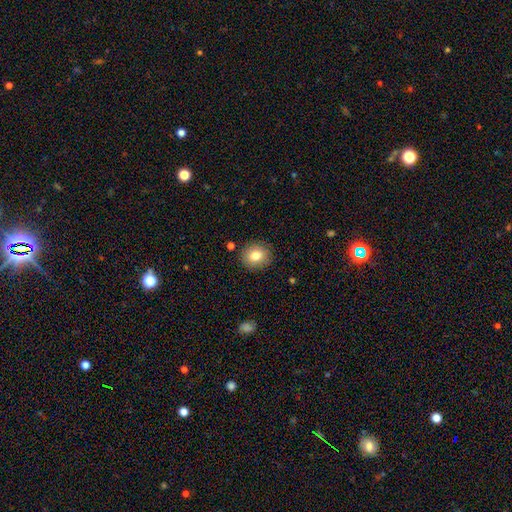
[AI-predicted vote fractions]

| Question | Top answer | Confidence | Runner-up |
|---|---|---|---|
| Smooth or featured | smooth | 80% | featured or disk (10%) |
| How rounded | round | 78% | in between (21%) |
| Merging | none | 88% | minor disturbance (8%) |